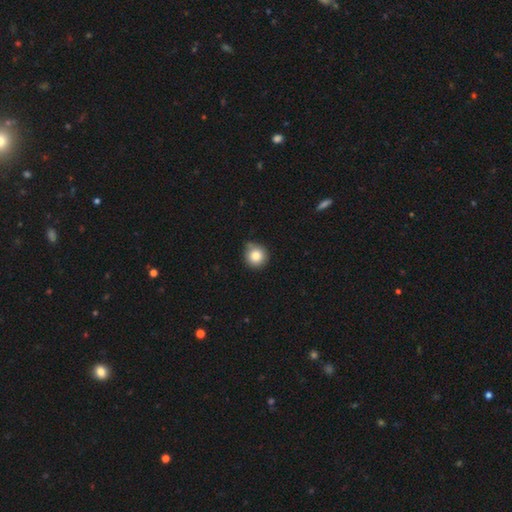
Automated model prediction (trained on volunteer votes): Overall: smooth (83%). How rounded: round (93%). Merging: none (74%).